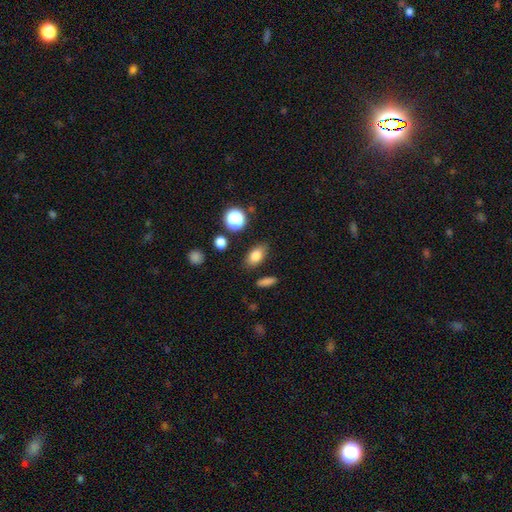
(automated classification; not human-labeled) smooth-or-featured: smooth: 81% | star or artifact: 11% | featured or disk: 9%
  how-rounded: in between: 85% | round: 11% | cigar-shaped: 4%
  merging: none: 83% | minor disturbance: 10% | merger: 3% | major disturbance: 3%